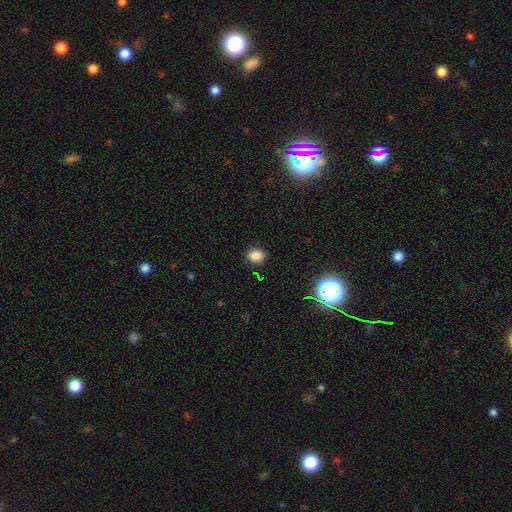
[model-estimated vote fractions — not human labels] Smooth or featured?
  - smooth: 83% *
  - star or artifact: 13%
  - featured or disk: 4%
How rounded?
  - in between: 53% *
  - round: 46%
  - cigar-shaped: 1%
Merging?
  - none: 87% *
  - minor disturbance: 10%
  - major disturbance: 2%
  - merger: 1%